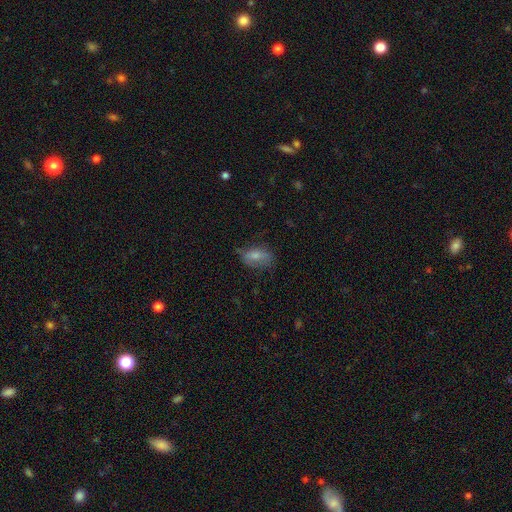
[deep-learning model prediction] Morphology: type=smooth (66%); roundness=in between (86%); merging=none (54%).